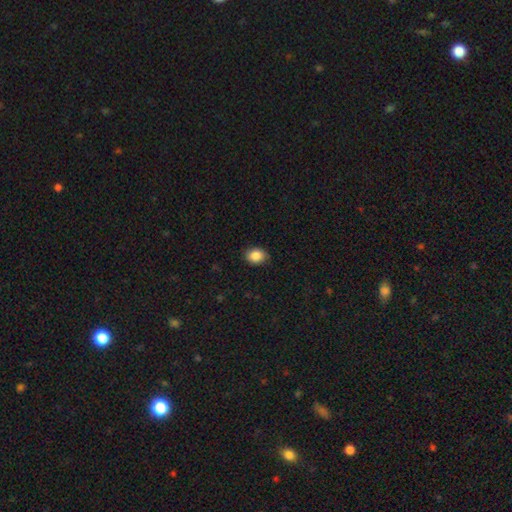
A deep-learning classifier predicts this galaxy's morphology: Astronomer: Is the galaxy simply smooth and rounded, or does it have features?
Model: smooth — 87%.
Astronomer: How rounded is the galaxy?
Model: in between — 55% (runner-up: round, 44%).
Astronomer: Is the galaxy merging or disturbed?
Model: none — 84%.